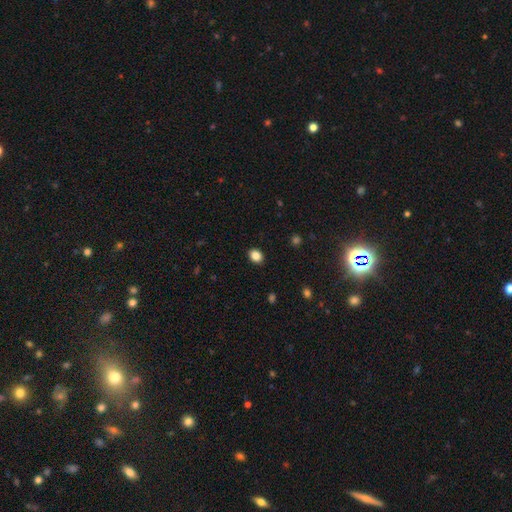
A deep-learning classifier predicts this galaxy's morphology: Smooth or featured: smooth — 86% (star or artifact — 10%)
How rounded: in between — 56% (round — 43%)
Merging: none — 90% (minor disturbance — 7%)